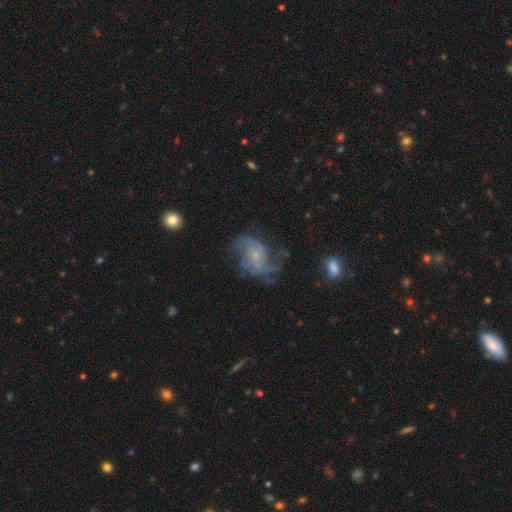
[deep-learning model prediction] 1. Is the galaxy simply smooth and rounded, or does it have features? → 77% featured or disk, 14% smooth, 9% star or artifact.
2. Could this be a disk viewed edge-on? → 98% no, 2% yes.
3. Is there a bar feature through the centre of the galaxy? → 70% no, 25% weak, 5% strong.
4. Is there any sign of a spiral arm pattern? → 87% yes, 13% no.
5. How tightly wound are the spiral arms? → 43% medium, 35% loose, 22% tight.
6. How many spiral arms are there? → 40% 2, 27% can't tell, 15% 3, 6% 4, 6% 1, 5% more than 4.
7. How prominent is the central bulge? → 76% small, 13% moderate, 8% none, 2% large, 1% dominant.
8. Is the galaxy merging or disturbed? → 47% none, 28% major disturbance, 22% minor disturbance, 3% merger.